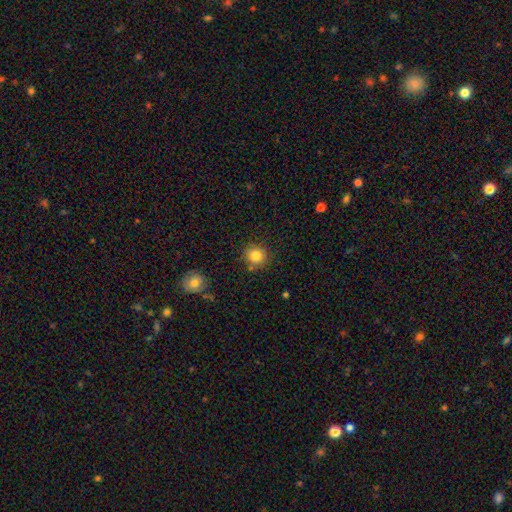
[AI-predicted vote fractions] A smooth galaxy with no disk features (83%) that is round (90%).

Vote fractions:
- Smooth or featured? smooth: 83% / star or artifact: 11% / featured or disk: 6%
- How rounded? round: 90% / in between: 9% / cigar-shaped: 1%
- Merging? none: 83% / minor disturbance: 10% / merger: 4% / major disturbance: 3%